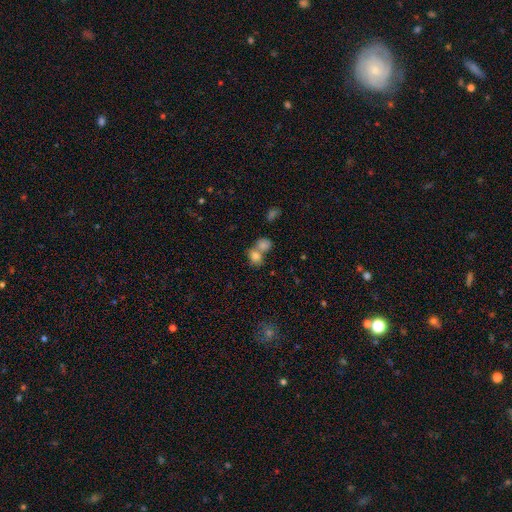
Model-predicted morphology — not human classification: smooth-or-featured: smooth: 80% | star or artifact: 10% | featured or disk: 10%
  how-rounded: in between: 58% | round: 41% | cigar-shaped: 2%
  merging: merger: 58% | none: 30% | minor disturbance: 8% | major disturbance: 4%